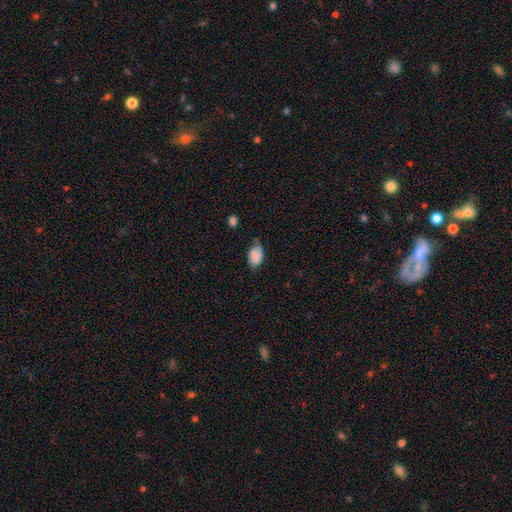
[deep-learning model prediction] A smooth galaxy with no disk features (85%) that is in between round and cigar-shaped (89%).

Vote fractions:
- Smooth or featured? smooth: 85% / star or artifact: 8% / featured or disk: 7%
- How rounded? in between: 89% / round: 10% / cigar-shaped: 1%
- Merging? none: 59% / minor disturbance: 32% / major disturbance: 6% / merger: 2%